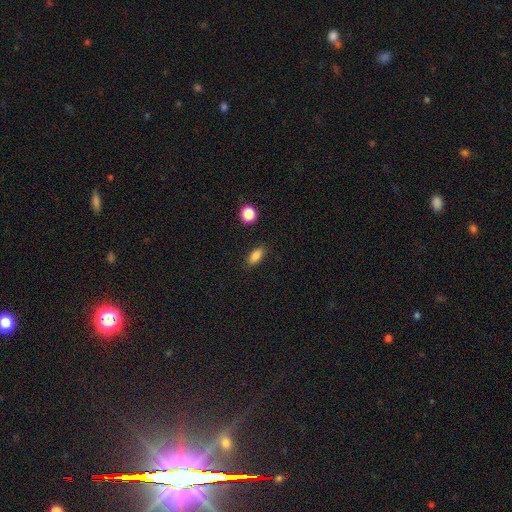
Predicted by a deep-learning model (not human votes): The model was most divided on "how rounded": in between: 83%, cigar-shaped: 11%, round: 7%. More confident: merging — none (87%); smooth or featured — smooth (84%).